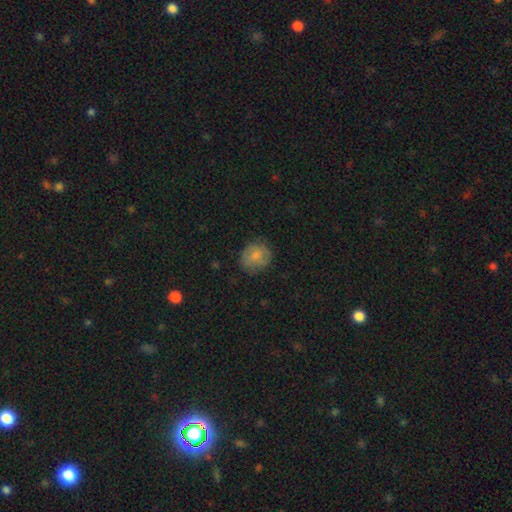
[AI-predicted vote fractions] A smooth galaxy with no disk features (73%) that is round (76%). Merging: none (74%).